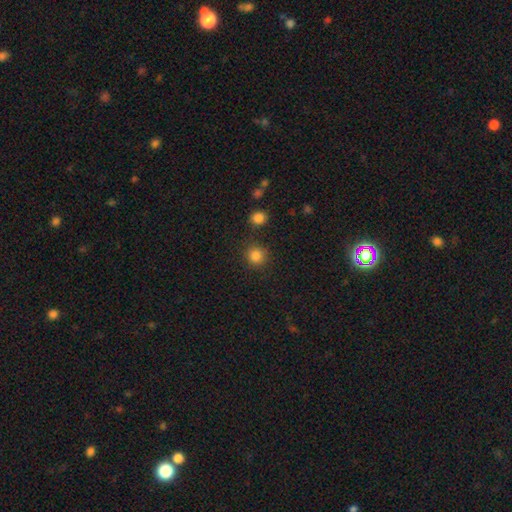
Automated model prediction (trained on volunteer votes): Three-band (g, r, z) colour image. It shows a smooth galaxy with no disk features (84%) that is round (92%). Merging: none (86%).